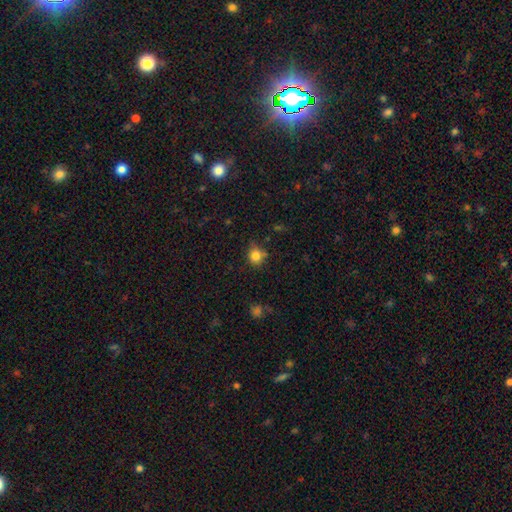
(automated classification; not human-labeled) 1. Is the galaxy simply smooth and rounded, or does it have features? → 81% smooth, 12% star or artifact, 7% featured or disk.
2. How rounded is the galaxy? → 78% round, 21% in between, 1% cigar-shaped.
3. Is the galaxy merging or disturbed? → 69% none, 20% minor disturbance, 7% merger, 5% major disturbance.